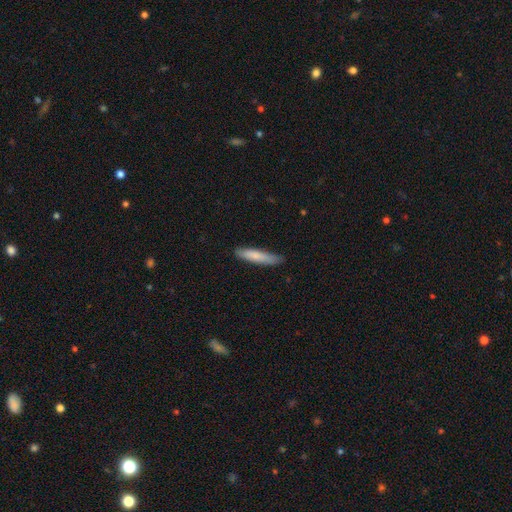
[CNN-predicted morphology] A smooth galaxy with no disk features (78%) that is cigar-shaped (87%). Merging: none (82%).